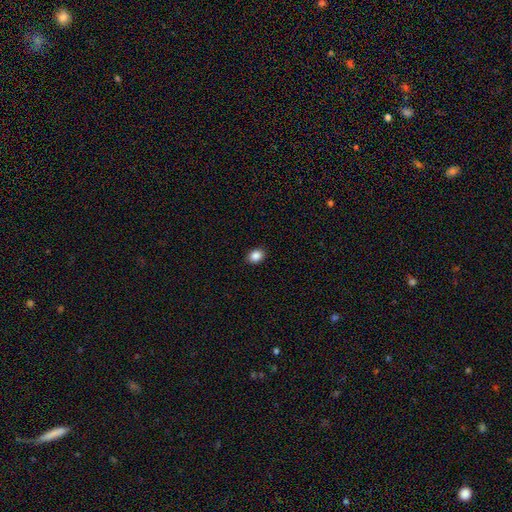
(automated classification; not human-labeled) This is clearly a smooth galaxy (87%). How rounded: likely in between (62%). Merging: clearly none (90%).